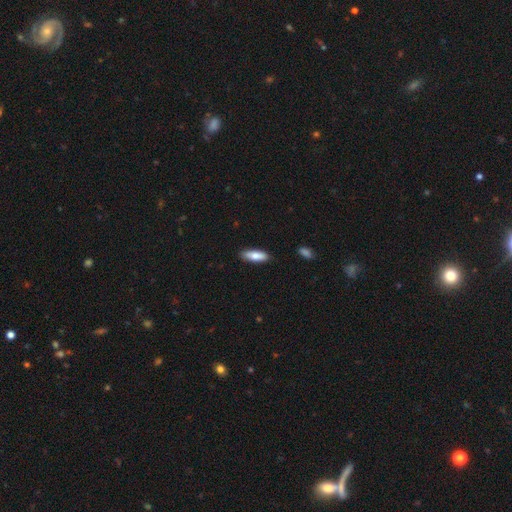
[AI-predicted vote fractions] This is clearly a smooth galaxy (81%). How rounded: possibly in between (53%). Merging: clearly none (87%).